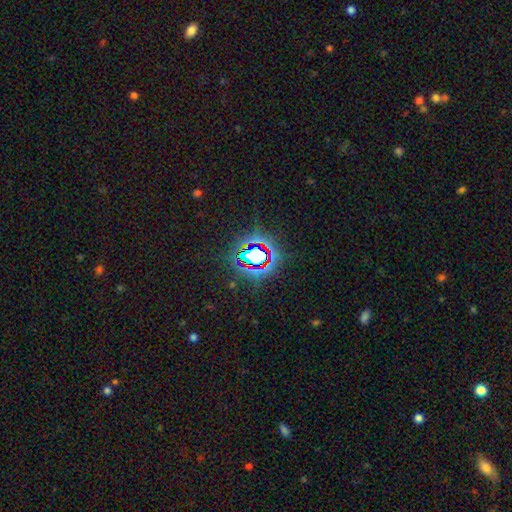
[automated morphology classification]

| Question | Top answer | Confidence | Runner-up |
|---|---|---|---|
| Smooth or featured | star or artifact | 73% | smooth (15%) |